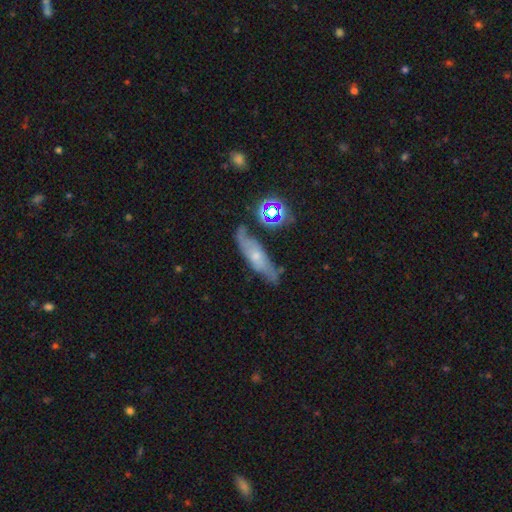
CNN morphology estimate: Smooth or featured? featured or disk (52%)
Edge-on disk? no (56%)
Merging? none (66%)